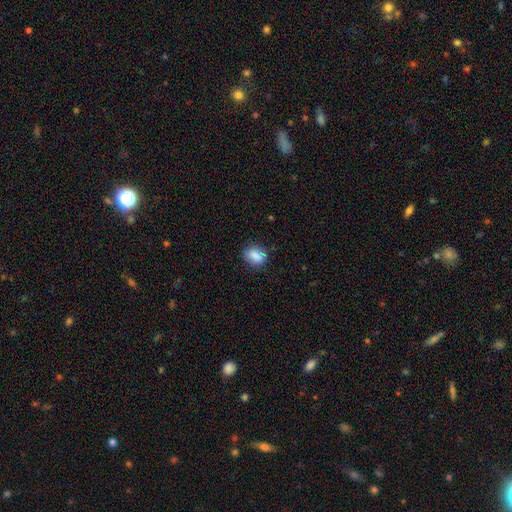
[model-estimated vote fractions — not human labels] Q: Smooth or featured?
A: smooth (84%); runner-up: star or artifact (8%)
Q: How rounded?
A: in between (62%); runner-up: round (36%)
Q: Merging?
A: none (74%); runner-up: minor disturbance (19%)